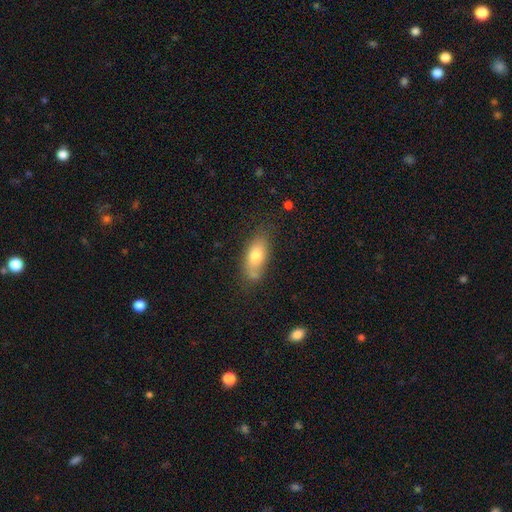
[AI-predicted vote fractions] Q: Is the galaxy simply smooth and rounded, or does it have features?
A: smooth — 72%.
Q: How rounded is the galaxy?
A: in between — 84%.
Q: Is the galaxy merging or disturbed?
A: none — 65%.